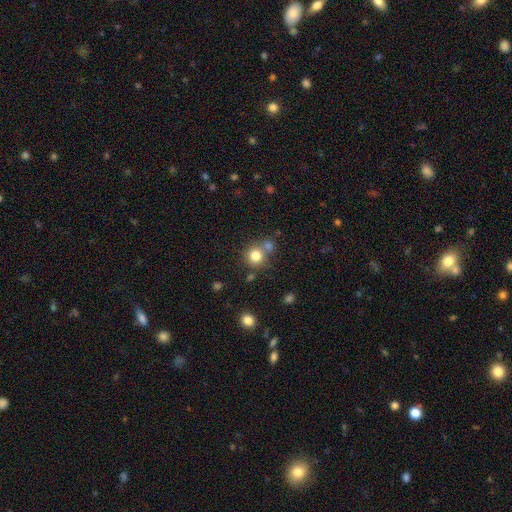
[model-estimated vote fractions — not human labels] smooth 80%, star or artifact 12%, featured or disk 8%. Down the decision tree: how rounded — round (89%); merging — none (60%).